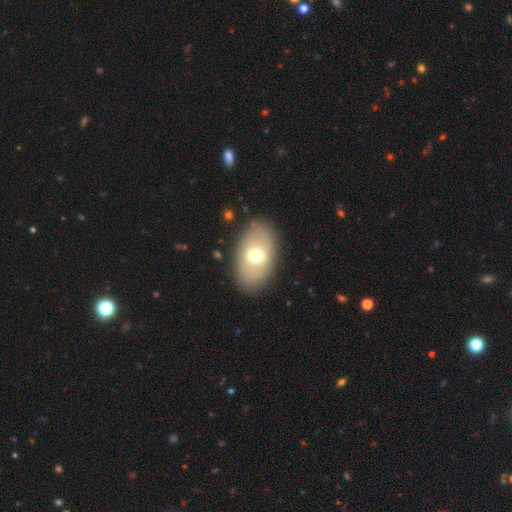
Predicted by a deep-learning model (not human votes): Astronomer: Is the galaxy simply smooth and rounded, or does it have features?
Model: smooth — 59%.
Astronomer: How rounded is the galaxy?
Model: in between — 89%.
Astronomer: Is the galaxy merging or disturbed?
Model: none — 85%.